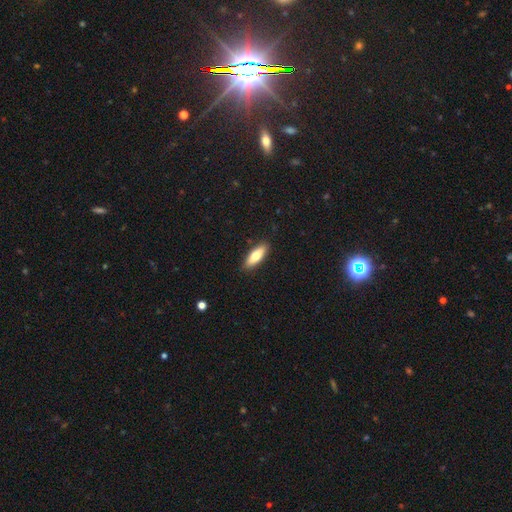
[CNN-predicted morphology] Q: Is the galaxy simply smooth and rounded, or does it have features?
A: smooth — 71%.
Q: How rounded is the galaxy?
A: in between — 55%.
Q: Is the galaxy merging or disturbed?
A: none — 89%.